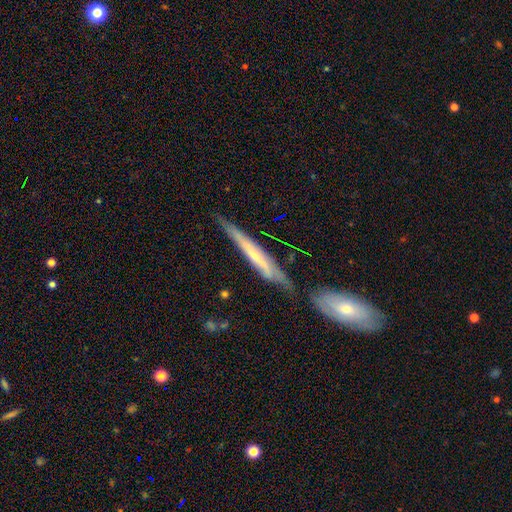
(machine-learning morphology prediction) A featured or disk galaxy (60%) viewed edge-on (81%).

Vote fractions:
- Smooth or featured? featured or disk: 60% / smooth: 34% / star or artifact: 6%
- Edge-on disk? yes: 81% / no: 19%
- Merging? none: 56% / minor disturbance: 19% / merger: 19% / major disturbance: 6%